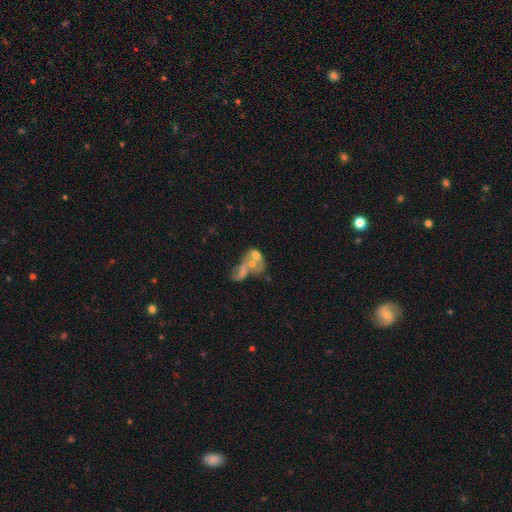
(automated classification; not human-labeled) Overall: featured or disk (47%; smooth 41%). Merging: merger (67%).